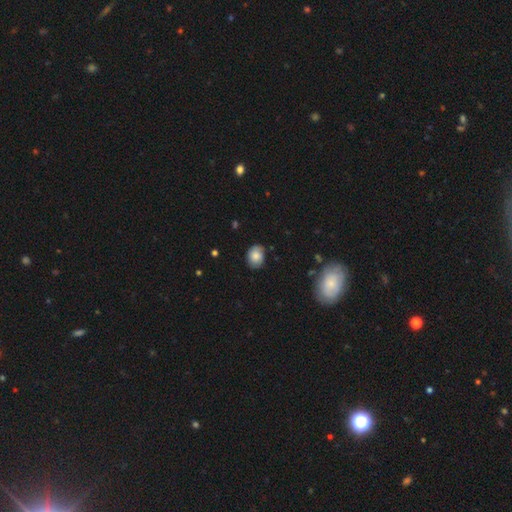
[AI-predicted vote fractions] Smooth or featured? smooth (78%)
How rounded? in between (54%)
Merging? none (78%)